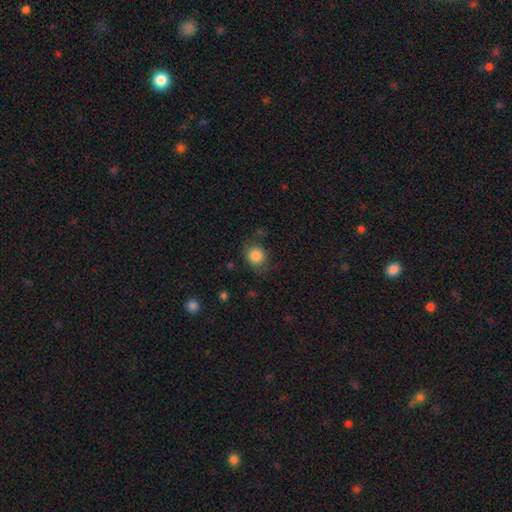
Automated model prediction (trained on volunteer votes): Smooth or featured? Predicted: smooth (p=0.84). How rounded? Predicted: round (p=0.76). Merging? Predicted: none (p=0.67).